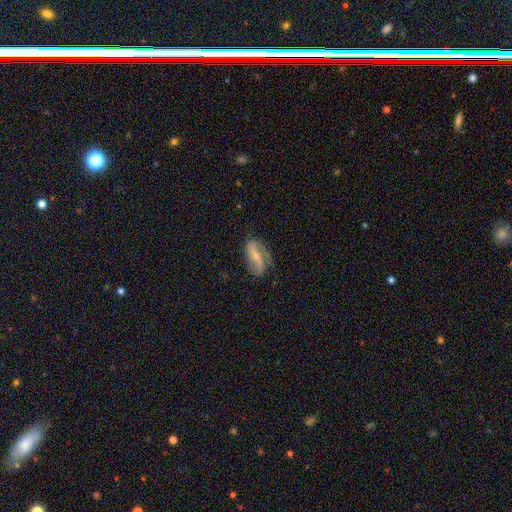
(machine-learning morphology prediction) type=featured or disk (67%); edge-on=no (88%); bar=strong (49%); spiral arms=yes (83%); bulge=small (63%); merging=none (58%).